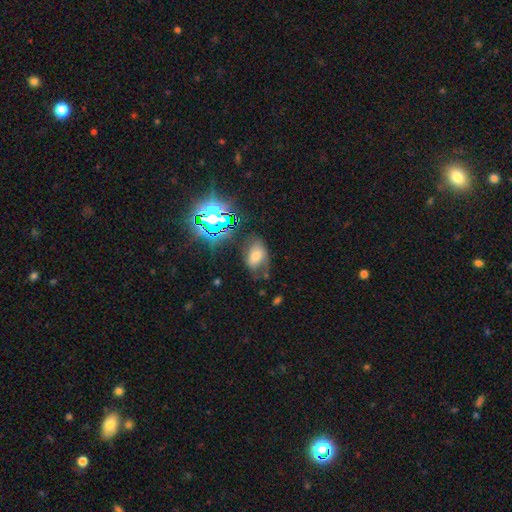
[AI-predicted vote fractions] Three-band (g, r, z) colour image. It shows a smooth galaxy with no disk features (51%) that is in between round and cigar-shaped (84%). Merging: none (51%).